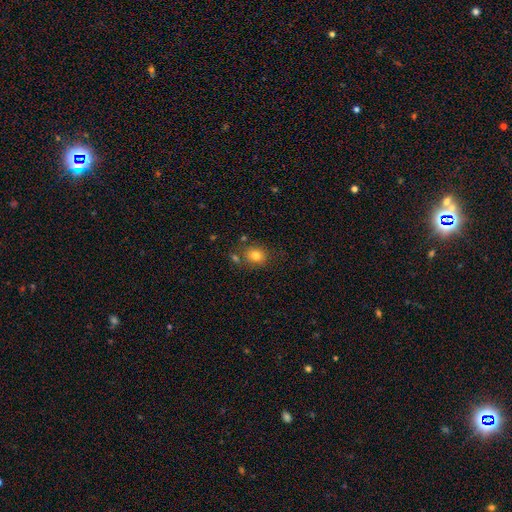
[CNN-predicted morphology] This appears to be a smooth galaxy with no disk features (78%) that is round (66%). Merging: none (72%).